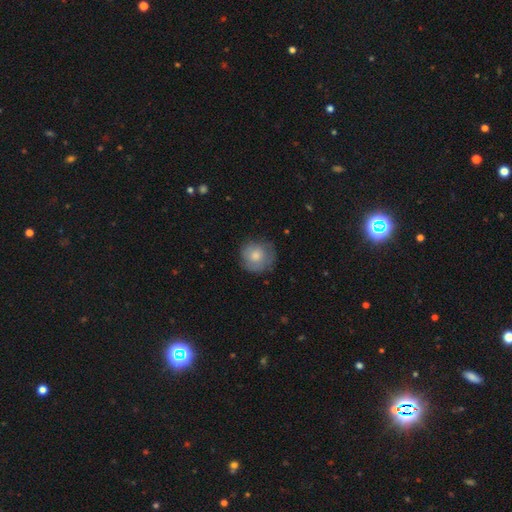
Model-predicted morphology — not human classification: Smooth or featured?
  - smooth: 73% *
  - featured or disk: 20%
  - star or artifact: 7%
How rounded?
  - round: 90% *
  - in between: 9%
  - cigar-shaped: 1%
Merging?
  - none: 70% *
  - minor disturbance: 22%
  - major disturbance: 7%
  - merger: 1%